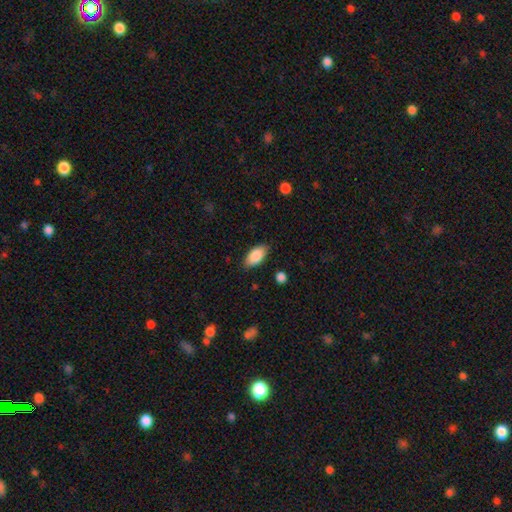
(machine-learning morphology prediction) Smooth or featured: smooth — 87% (star or artifact — 7%)
How rounded: in between — 92% (cigar-shaped — 5%)
Merging: none — 85% (minor disturbance — 11%)